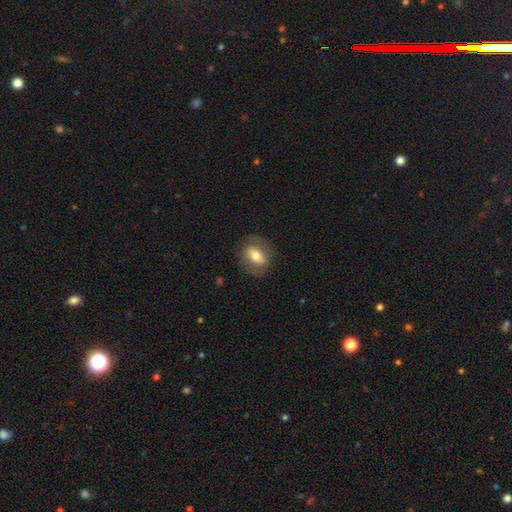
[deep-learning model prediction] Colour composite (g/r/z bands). It shows a smooth galaxy with no disk features (61%) that is in between round and cigar-shaped (66%). Merging: none (79%).